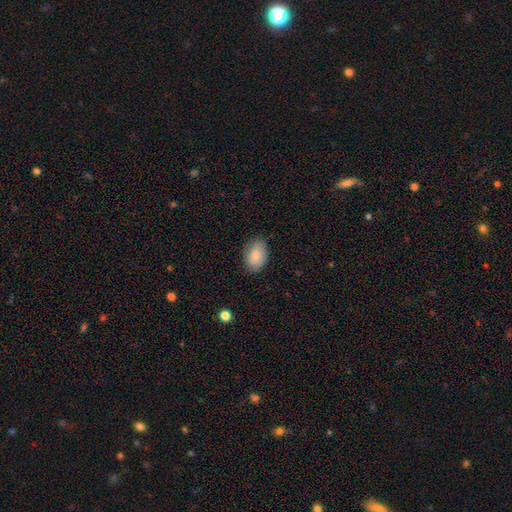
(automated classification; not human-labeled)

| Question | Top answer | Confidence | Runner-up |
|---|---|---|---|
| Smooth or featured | smooth | 85% | featured or disk (9%) |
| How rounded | in between | 85% | round (14%) |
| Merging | none | 80% | minor disturbance (16%) |